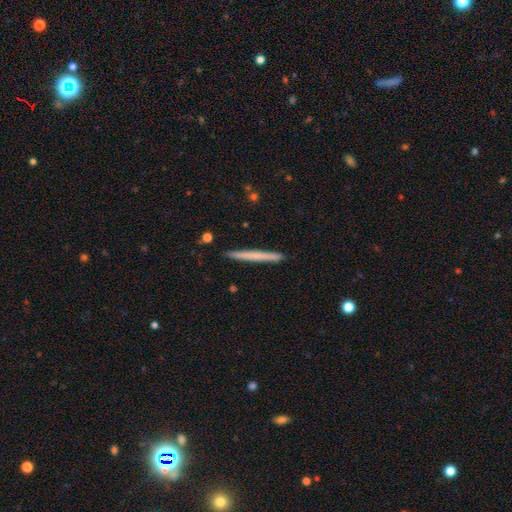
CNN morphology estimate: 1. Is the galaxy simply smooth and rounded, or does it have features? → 58% smooth, 37% featured or disk, 5% star or artifact.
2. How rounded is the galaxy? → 97% cigar-shaped, 1% in between, 1% round.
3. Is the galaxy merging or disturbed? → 92% none, 6% minor disturbance, 1% merger, 1% major disturbance.